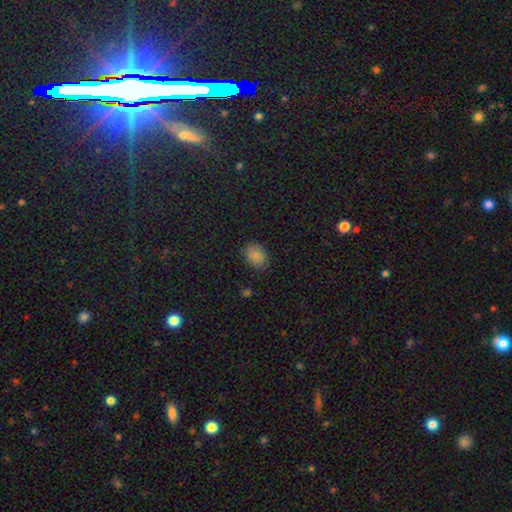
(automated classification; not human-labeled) Smooth or featured? Predicted: smooth (p=0.85). How rounded? Predicted: in between (p=0.69). Merging? Predicted: none (p=0.83).